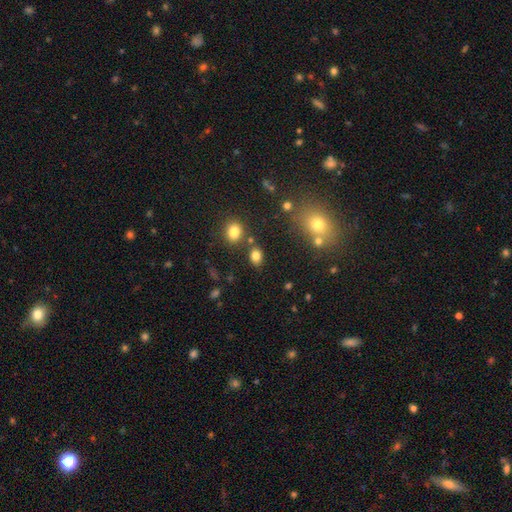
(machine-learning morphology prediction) Smooth or featured: smooth — 81% (star or artifact — 13%)
How rounded: in between — 63% (round — 36%)
Merging: none — 76% (minor disturbance — 10%)